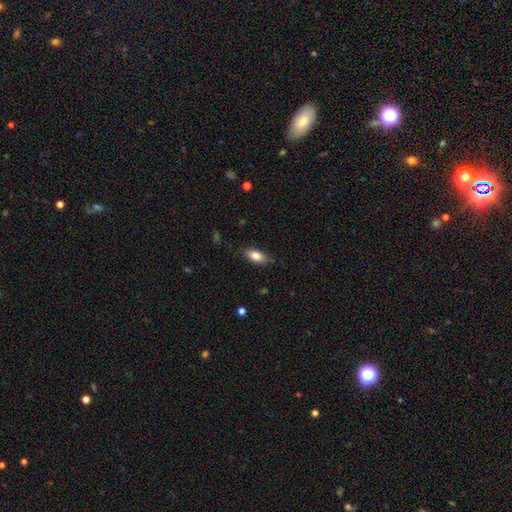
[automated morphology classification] This appears to be a smooth galaxy with no disk features (79%) that is in between round and cigar-shaped (81%). Merging: none (81%).